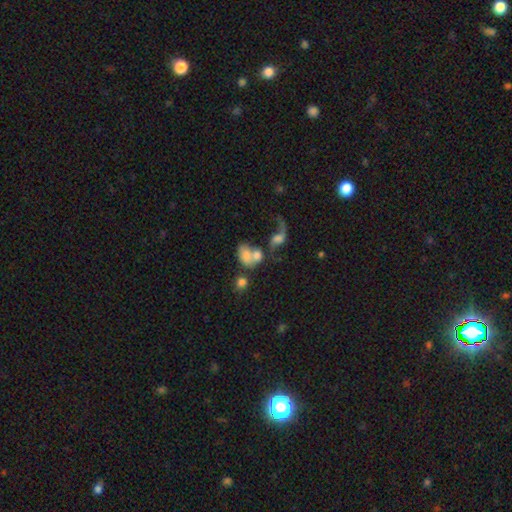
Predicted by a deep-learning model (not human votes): Smooth or featured?
  - smooth: 55% *
  - featured or disk: 32%
  - star or artifact: 13%
How rounded?
  - in between: 65% *
  - round: 32%
  - cigar-shaped: 2%
Merging?
  - merger: 57% *
  - none: 19%
  - major disturbance: 16%
  - minor disturbance: 9%